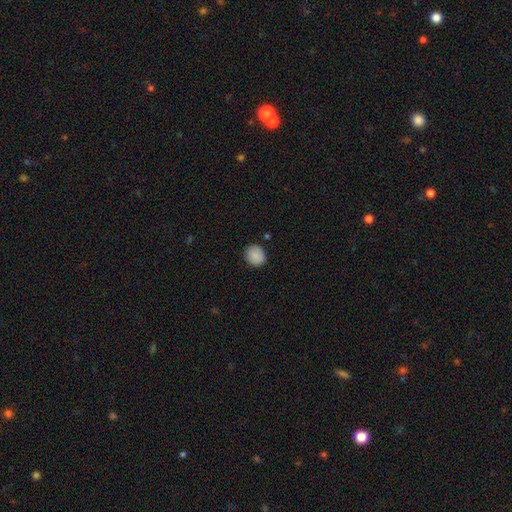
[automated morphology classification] Smooth or featured? smooth (89%)
How rounded? round (78%)
Merging? none (86%)